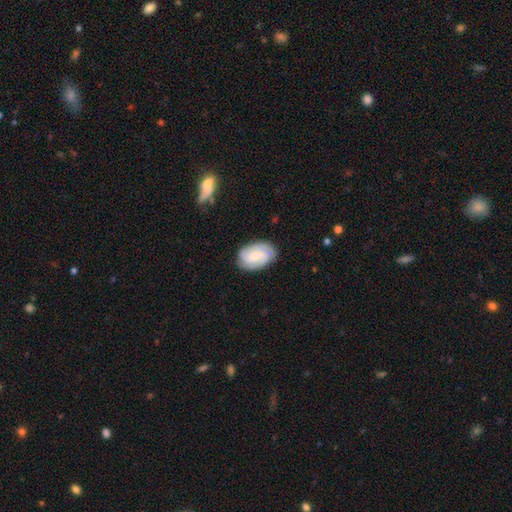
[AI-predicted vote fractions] Smooth or featured?
  - featured or disk: 63% *
  - smooth: 31%
  - star or artifact: 6%
Edge-on disk?
  - no: 97% *
  - yes: 3%
Bar?
  - weak: 48% *
  - no: 42%
  - strong: 10%
Spiral arms?
  - yes: 92% *
  - no: 8%
Spiral winding?
  - tight: 46% *
  - medium: 39%
  - loose: 15%
Spiral arm count?
  - 2: 39% *
  - 3: 24%
  - can't tell: 24%
  - 4: 6%
  - 1: 4%
  - more than 4: 3%
Bulge size?
  - small: 57% *
  - moderate: 34%
  - none: 6%
  - large: 2%
  - dominant: 1%
Merging?
  - none: 80% *
  - minor disturbance: 15%
  - major disturbance: 3%
  - merger: 1%